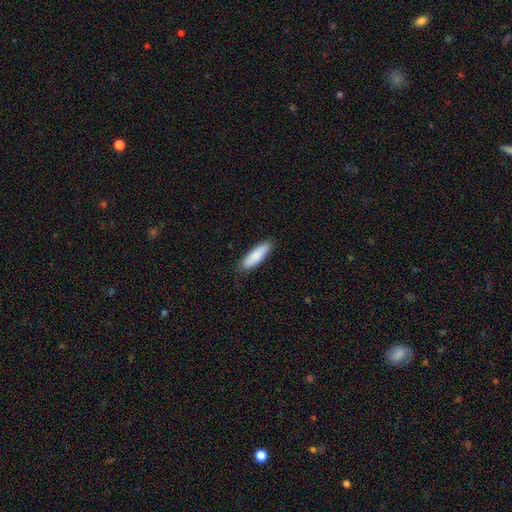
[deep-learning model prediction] smooth_or_featured: smooth (p=0.86) [alt: featured or disk p=0.08]
how_rounded: cigar-shaped (p=0.57) [alt: in between p=0.41]
merging: none (p=0.88) [alt: minor disturbance p=0.09]